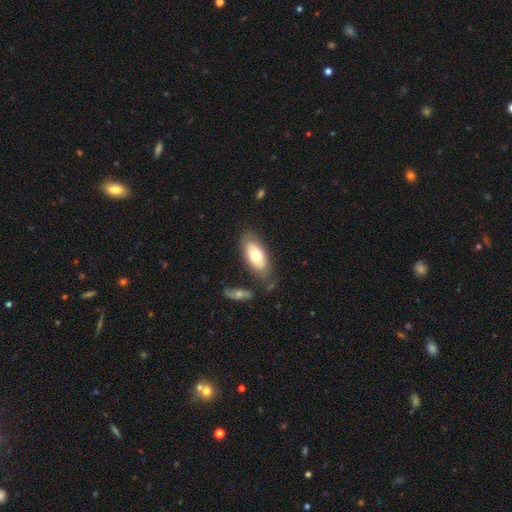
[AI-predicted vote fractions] smooth 64%, featured or disk 30%, star or artifact 6%. Down the decision tree: how rounded — in between (89%); merging — none (72%).